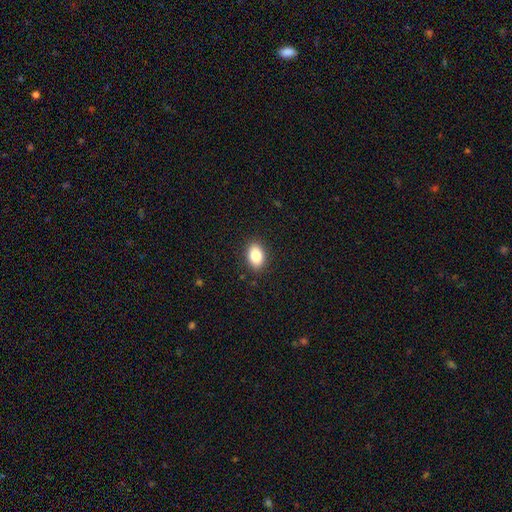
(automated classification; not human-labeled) Smooth or featured?
  - smooth: 84% *
  - star or artifact: 8%
  - featured or disk: 8%
How rounded?
  - in between: 83% *
  - round: 15%
  - cigar-shaped: 1%
Merging?
  - none: 89% *
  - minor disturbance: 8%
  - major disturbance: 2%
  - merger: 1%